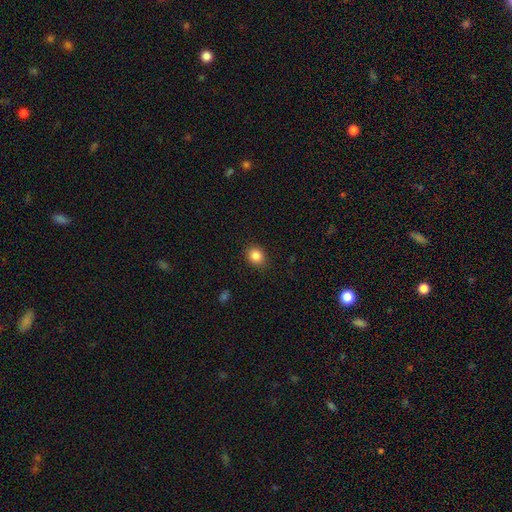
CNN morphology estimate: type=smooth (85%); roundness=round (62%); merging=none (88%).